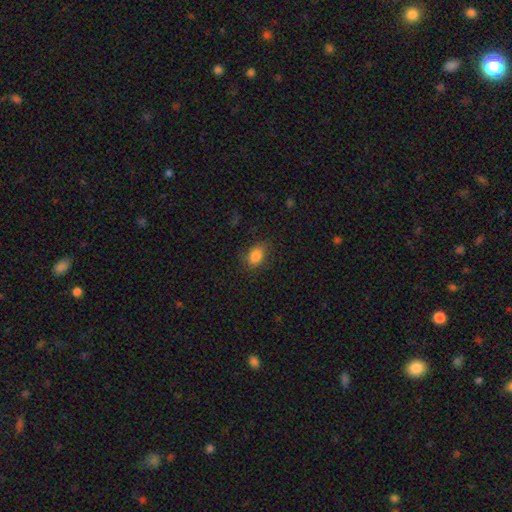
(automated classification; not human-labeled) Morphology: type=smooth (85%); roundness=in between (78%); merging=none (75%).